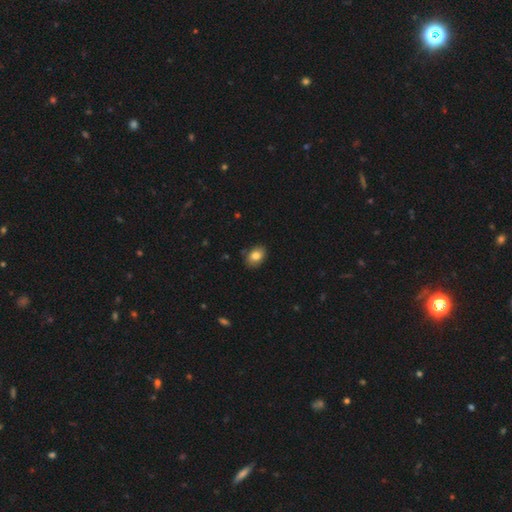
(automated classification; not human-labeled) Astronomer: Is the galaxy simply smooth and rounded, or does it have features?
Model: smooth — 83%.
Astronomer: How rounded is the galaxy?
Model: in between — 77%.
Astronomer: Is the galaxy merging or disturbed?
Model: none — 84%.